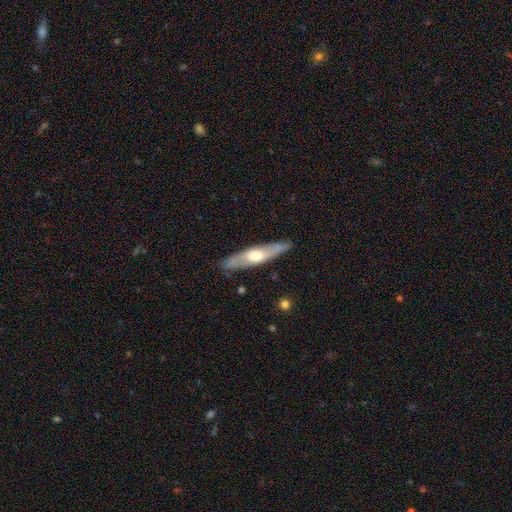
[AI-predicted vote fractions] Smooth or featured: featured or disk — 58% (smooth — 37%)
Edge-on disk: yes — 72% (no — 28%)
Merging: none — 86% (minor disturbance — 11%)